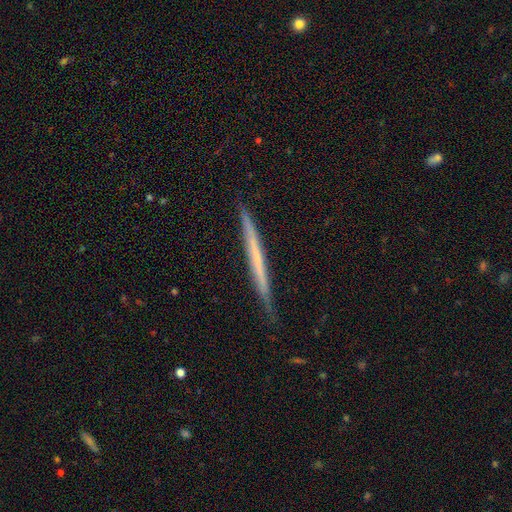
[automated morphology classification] Smooth or featured? Predicted: featured or disk (p=0.51). Edge-on disk? Predicted: yes (p=0.97). Merging? Predicted: none (p=0.88).